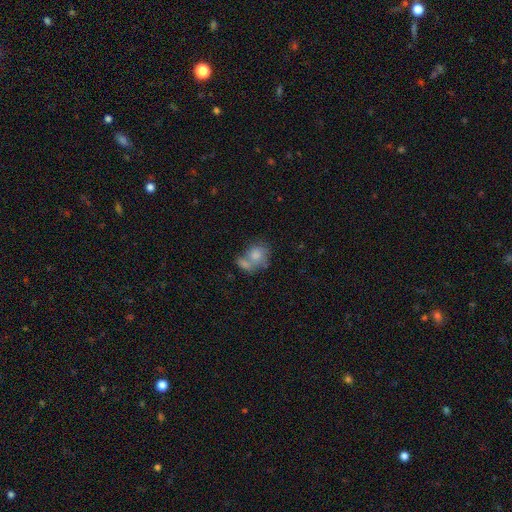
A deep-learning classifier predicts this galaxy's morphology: Smooth or featured? Predicted: smooth (p=0.74). How rounded? Predicted: round (p=0.60). Merging? Predicted: merger (p=0.53).